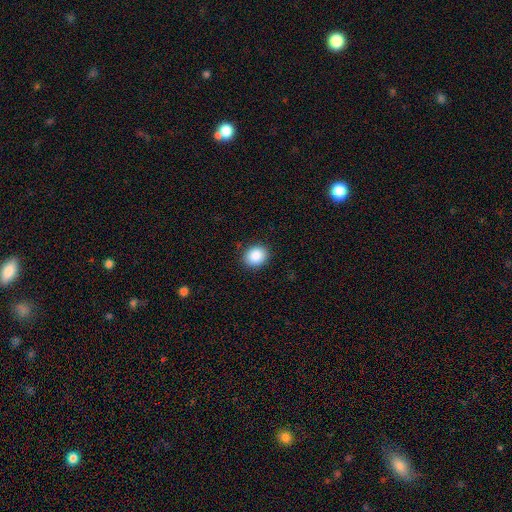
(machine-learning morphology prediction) This appears to be a smooth galaxy with no disk features (88%) that is round (63%). Merging: none (89%).